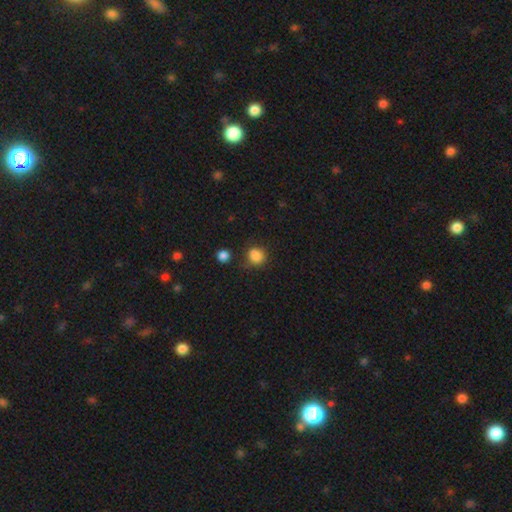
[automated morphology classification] type=smooth (82%); roundness=round (83%); merging=none (66%).